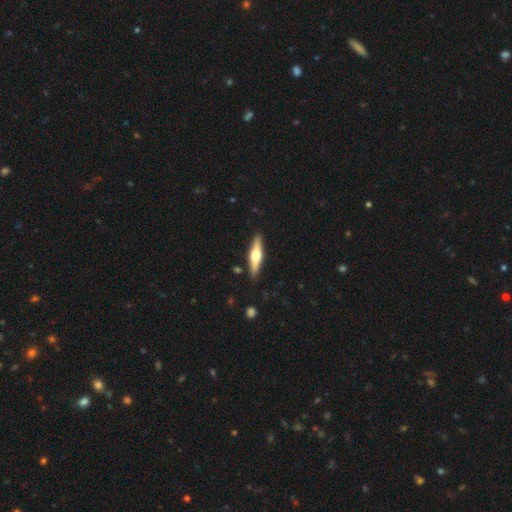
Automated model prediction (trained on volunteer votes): A featured or disk galaxy (61%) viewed edge-on (95%) with a rounded central bulge (94%).

Vote fractions:
- Smooth or featured? featured or disk: 61% / smooth: 34% / star or artifact: 5%
- Edge-on disk? yes: 95% / no: 5%
- Edge-on bulge? rounded: 94% / boxy: 4% / none: 2%
- Merging? none: 89% / minor disturbance: 8% / merger: 2% / major disturbance: 2%